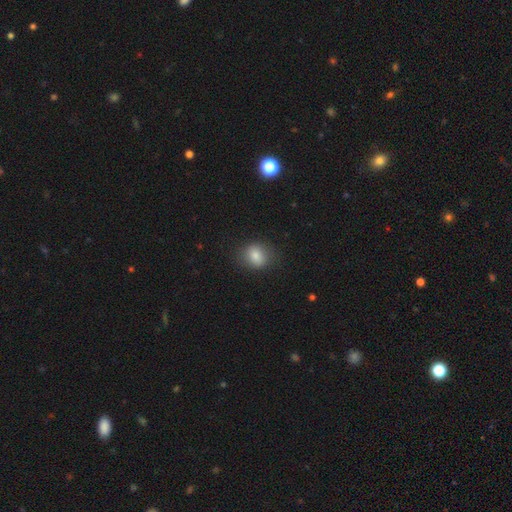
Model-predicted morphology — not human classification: Overall: smooth (80%). How rounded: round (55%; in between 44%). Merging: none (80%).